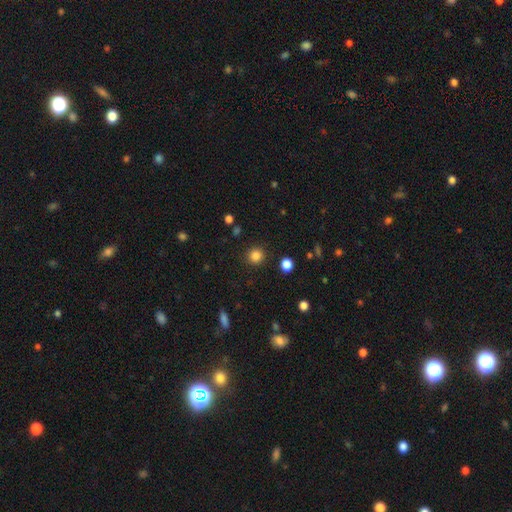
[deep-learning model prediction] Q: Smooth or featured?
A: smooth (84%); runner-up: star or artifact (12%)
Q: How rounded?
A: round (89%); runner-up: in between (10%)
Q: Merging?
A: none (89%); runner-up: minor disturbance (6%)